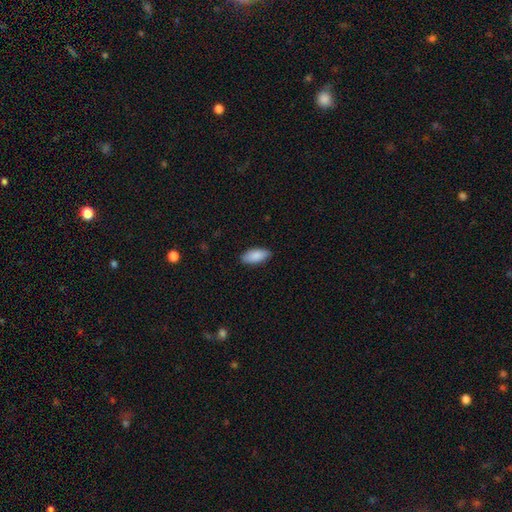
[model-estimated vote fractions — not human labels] The model was most divided on "merging": none: 87%, minor disturbance: 10%, major disturbance: 2%, merger: 1%. More confident: smooth or featured — smooth (88%); how rounded — in between (88%).